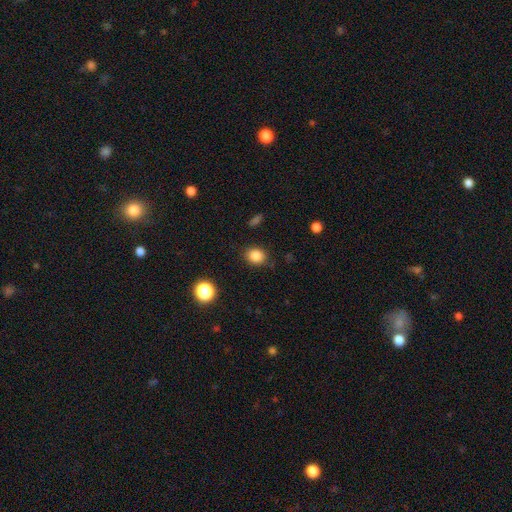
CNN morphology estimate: type=smooth (85%); roundness=round (63%); merging=none (85%).